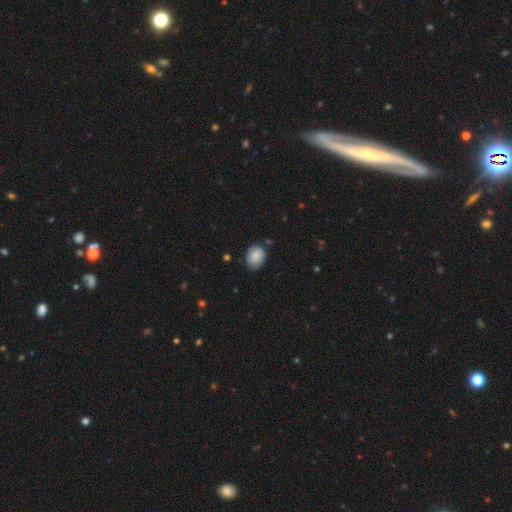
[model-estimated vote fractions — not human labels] smooth_or_featured: smooth (p=0.83) [alt: featured or disk p=0.09]
how_rounded: in between (p=0.63) [alt: round p=0.36]
merging: none (p=0.71) [alt: minor disturbance p=0.22]